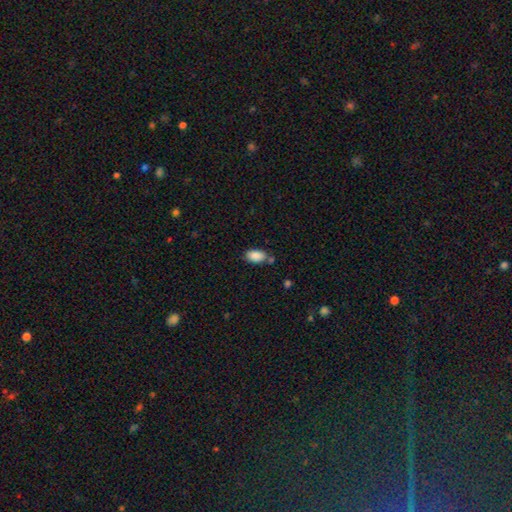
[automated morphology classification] smooth-or-featured: smooth: 88% | star or artifact: 7% | featured or disk: 5%
  how-rounded: in between: 93% | round: 5% | cigar-shaped: 2%
  merging: none: 66% | minor disturbance: 18% | merger: 11% | major disturbance: 4%